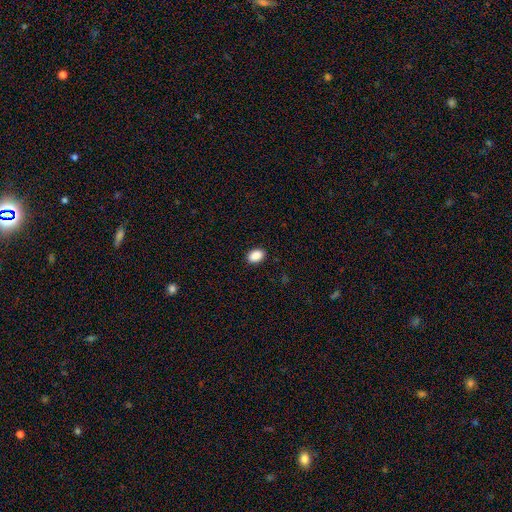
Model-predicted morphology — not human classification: Q: Smooth or featured?
A: smooth (90%); runner-up: star or artifact (8%)
Q: How rounded?
A: in between (82%); runner-up: round (17%)
Q: Merging?
A: none (90%); runner-up: minor disturbance (7%)